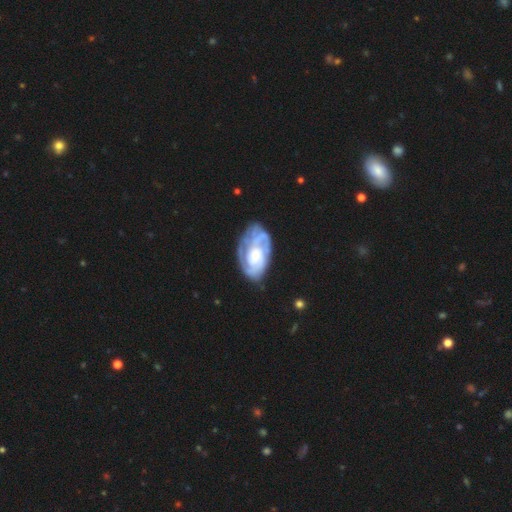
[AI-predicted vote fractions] Smooth or featured? Predicted: featured or disk (p=0.84). Edge-on disk? Predicted: no (p=0.97). Bar? Predicted: no (p=0.73). Spiral arms? Predicted: yes (p=0.95). Spiral winding? Predicted: tight (p=0.64). Spiral arm count? Predicted: 2 (p=0.34). Bulge size? Predicted: small (p=0.40). Merging? Predicted: none (p=0.64).